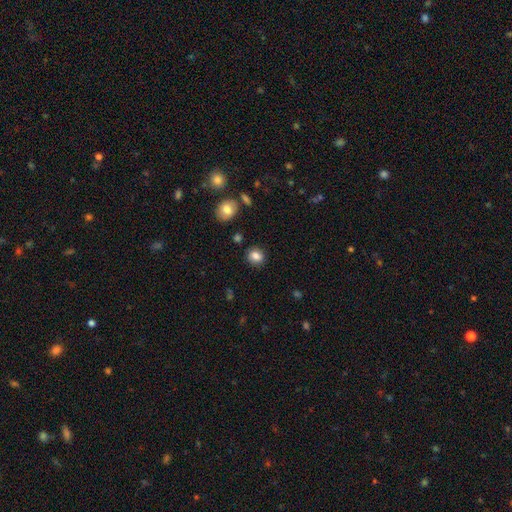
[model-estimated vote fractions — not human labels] smooth 83%, star or artifact 10%, featured or disk 7%. Down the decision tree: how rounded — round (69%); merging — none (86%).